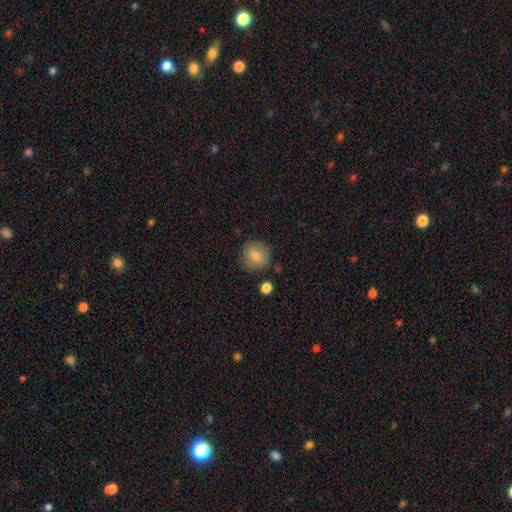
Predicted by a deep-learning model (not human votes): smooth_or_featured: smooth (p=0.80) [alt: featured or disk p=0.11]
how_rounded: round (p=0.86) [alt: in between p=0.13]
merging: none (p=0.80) [alt: minor disturbance p=0.13]